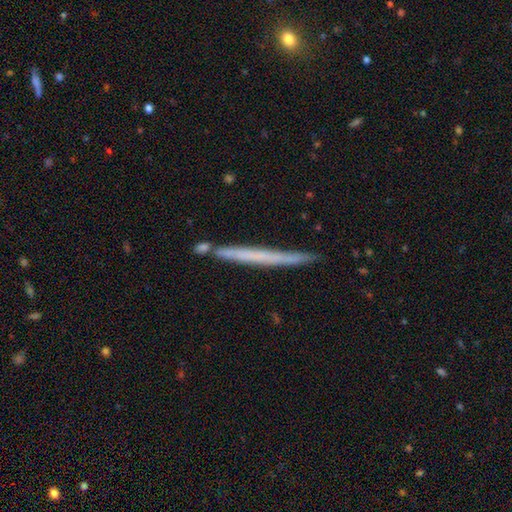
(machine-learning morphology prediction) type=featured or disk (48%); merging=none (87%).